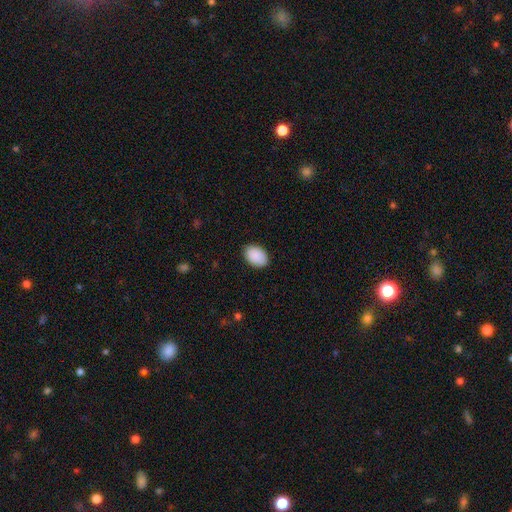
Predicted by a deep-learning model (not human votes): This is clearly a smooth galaxy (91%). How rounded: clearly in between (86%). Merging: clearly none (88%).